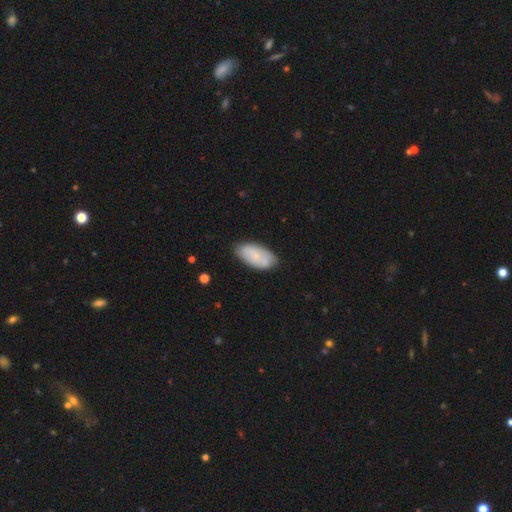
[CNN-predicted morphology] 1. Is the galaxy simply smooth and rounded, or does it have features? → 72% smooth, 22% featured or disk, 6% star or artifact.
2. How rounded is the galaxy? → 94% in between, 4% cigar-shaped, 2% round.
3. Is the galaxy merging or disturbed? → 74% none, 19% minor disturbance, 4% major disturbance, 3% merger.